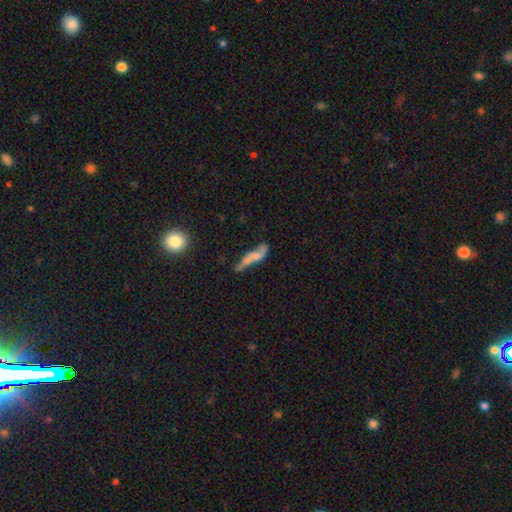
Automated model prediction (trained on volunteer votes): Overall: smooth (45%, tied with featured or disk). Merging: none (35%; merger 24%).